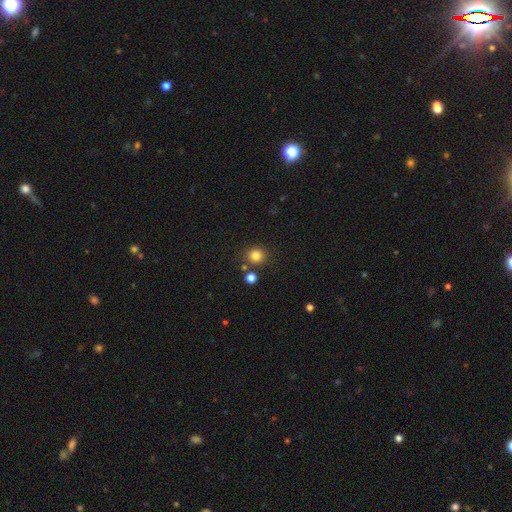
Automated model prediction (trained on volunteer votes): A smooth galaxy with no disk features (82%) that is round (89%). Merging: none (81%).